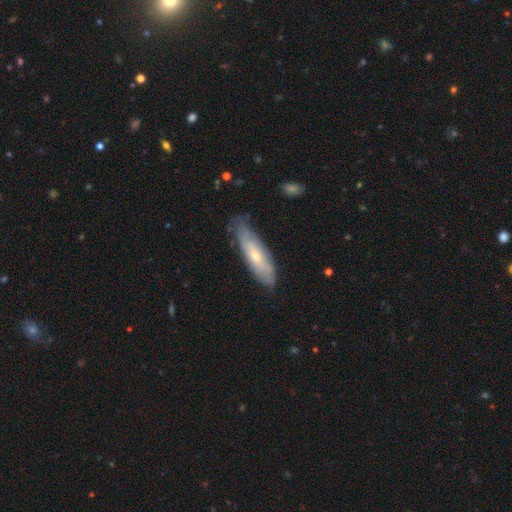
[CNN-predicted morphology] A featured or disk galaxy (50%). Merging: none (70%).